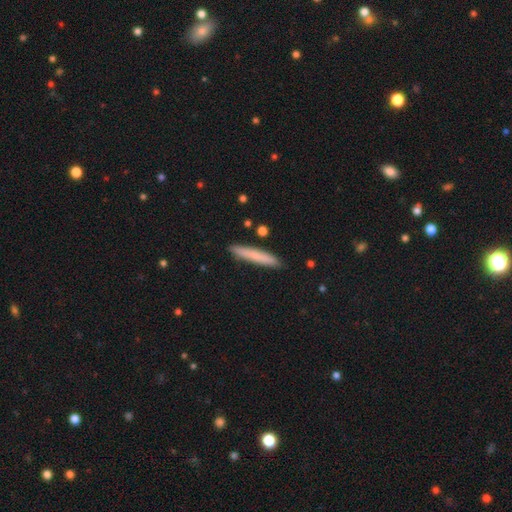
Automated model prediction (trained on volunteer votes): Smooth or featured? Predicted: smooth (p=0.75). How rounded? Predicted: cigar-shaped (p=0.94). Merging? Predicted: none (p=0.89).